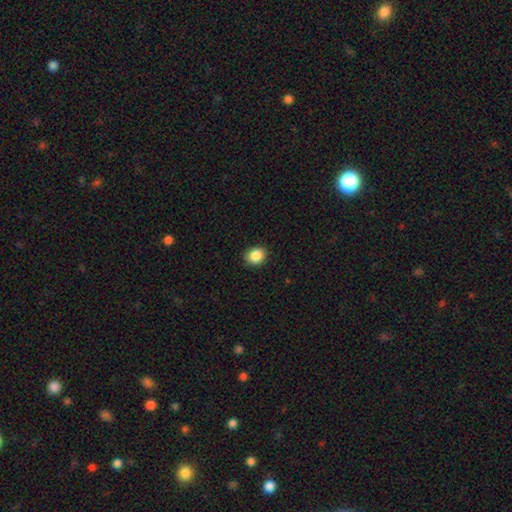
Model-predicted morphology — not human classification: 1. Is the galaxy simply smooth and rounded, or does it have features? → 88% smooth, 9% star or artifact, 3% featured or disk.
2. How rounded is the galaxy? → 63% round, 36% in between, 1% cigar-shaped.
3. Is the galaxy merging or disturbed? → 89% none, 8% minor disturbance, 2% major disturbance, 1% merger.